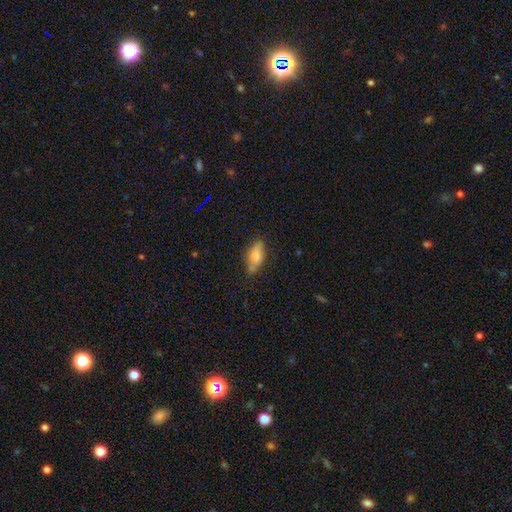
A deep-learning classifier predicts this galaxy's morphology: The model was most divided on "merging": none: 65%, minor disturbance: 25%, major disturbance: 6%, merger: 4%. More confident: how rounded — in between (83%); smooth or featured — smooth (78%).